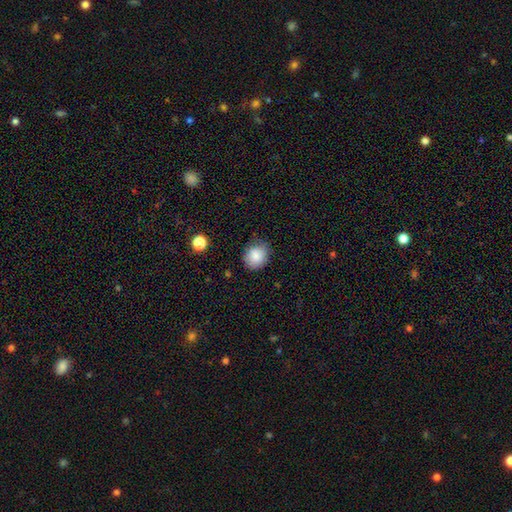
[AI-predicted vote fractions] Smooth or featured? Predicted: smooth (p=0.84). How rounded? Predicted: round (p=0.73). Merging? Predicted: none (p=0.73).